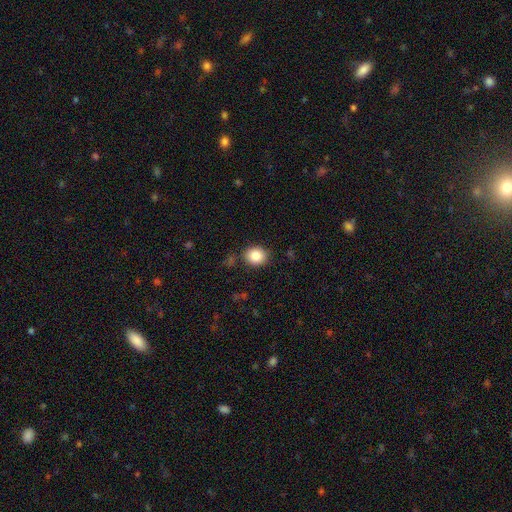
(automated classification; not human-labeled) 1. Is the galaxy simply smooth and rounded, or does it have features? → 85% smooth, 9% star or artifact, 5% featured or disk.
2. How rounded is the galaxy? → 70% round, 30% in between, 1% cigar-shaped.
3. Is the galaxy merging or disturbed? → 85% none, 10% minor disturbance, 3% major disturbance, 3% merger.